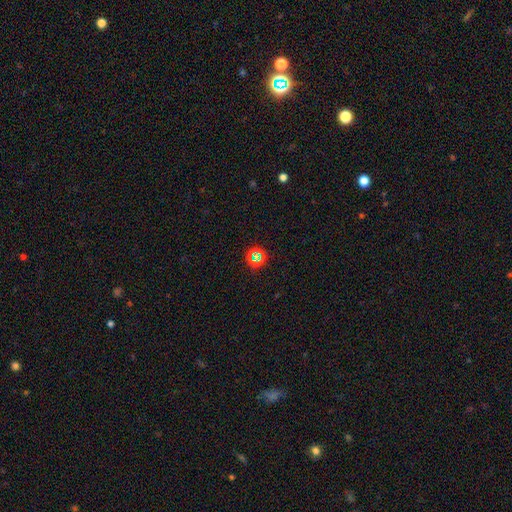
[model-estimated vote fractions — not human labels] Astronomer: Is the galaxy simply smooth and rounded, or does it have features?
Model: star or artifact — 65%.